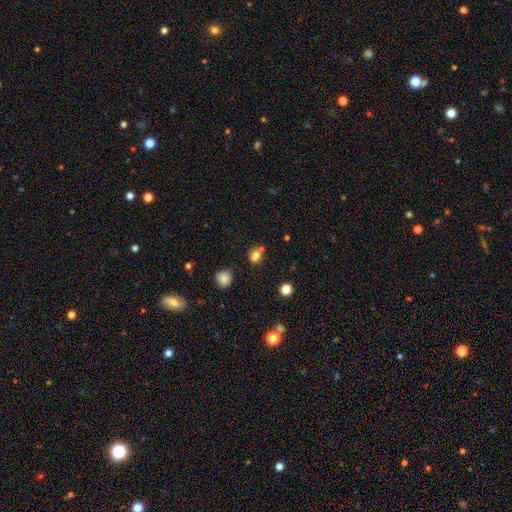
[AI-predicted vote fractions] smooth-or-featured: smooth: 77% | star or artifact: 15% | featured or disk: 8%
  how-rounded: round: 57% | in between: 42% | cigar-shaped: 1%
  merging: none: 58% | merger: 23% | minor disturbance: 14% | major disturbance: 5%